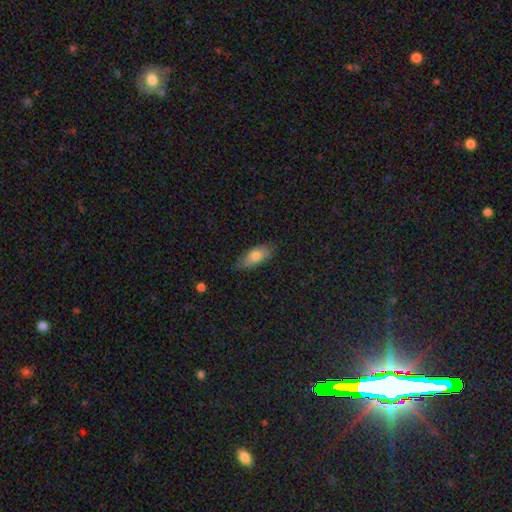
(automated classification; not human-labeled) smooth-or-featured: smooth: 74% | featured or disk: 19% | star or artifact: 7%
  how-rounded: in between: 81% | cigar-shaped: 16% | round: 3%
  merging: none: 71% | minor disturbance: 23% | major disturbance: 4% | merger: 1%